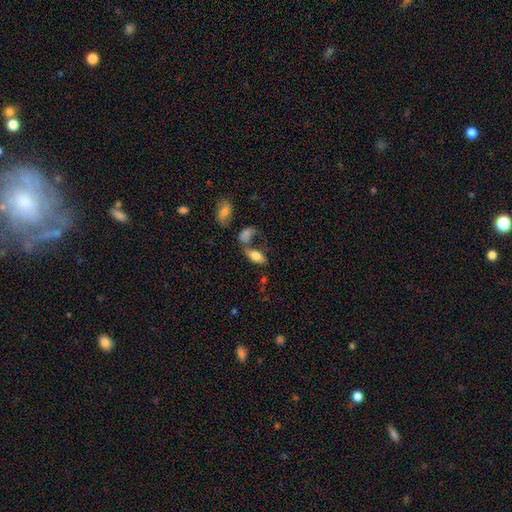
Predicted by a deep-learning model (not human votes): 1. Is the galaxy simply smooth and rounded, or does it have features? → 71% smooth, 21% featured or disk, 8% star or artifact.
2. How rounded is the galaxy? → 87% in between, 9% cigar-shaped, 4% round.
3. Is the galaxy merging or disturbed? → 43% none, 27% merger, 17% minor disturbance, 12% major disturbance.